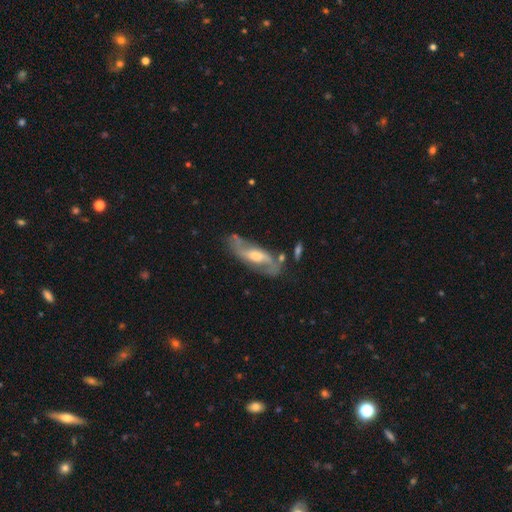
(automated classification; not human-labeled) Smooth or featured? Predicted: featured or disk (p=0.79). Edge-on disk? Predicted: no (p=0.86). Bar? Predicted: weak (p=0.46). Spiral arms? Predicted: yes (p=0.90). Spiral winding? Predicted: loose (p=0.45). Spiral arm count? Predicted: 2 (p=0.86). Bulge size? Predicted: moderate (p=0.61). Merging? Predicted: none (p=0.68).